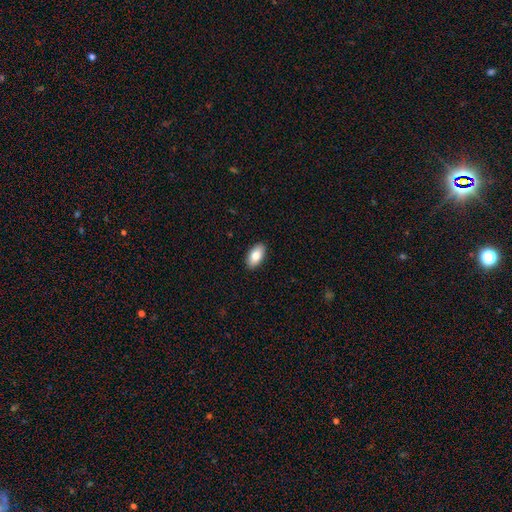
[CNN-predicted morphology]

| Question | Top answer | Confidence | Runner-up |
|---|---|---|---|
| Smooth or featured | smooth | 82% | featured or disk (11%) |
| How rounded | in between | 94% | round (3%) |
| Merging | none | 90% | minor disturbance (7%) |